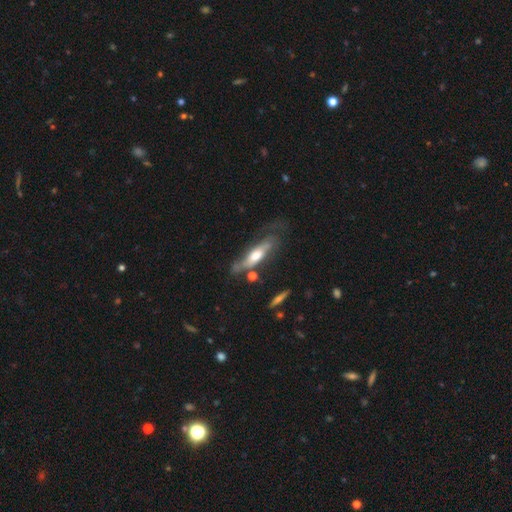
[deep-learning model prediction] A featured or disk galaxy (57%). Merging: none (44%).